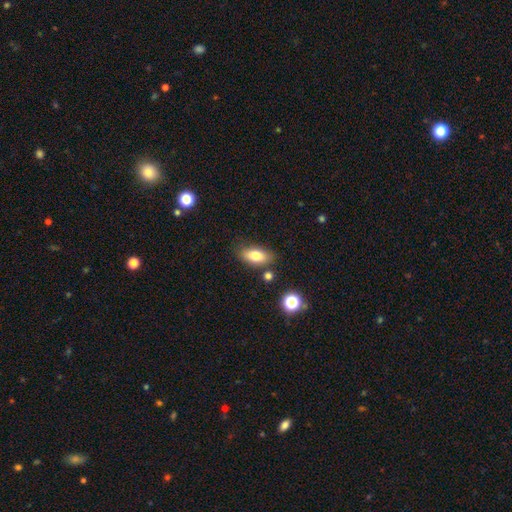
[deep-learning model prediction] Overall: smooth (80%). How rounded: in between (85%). Merging: none (79%).